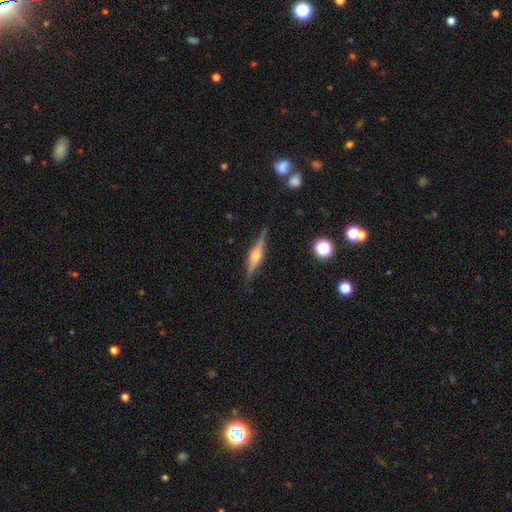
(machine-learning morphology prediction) type=featured or disk (78%); edge-on=yes (98%); edge-on bulge=rounded (87%); merging=none (88%).